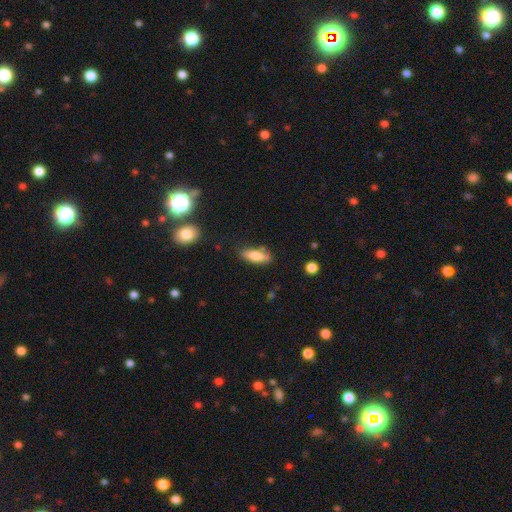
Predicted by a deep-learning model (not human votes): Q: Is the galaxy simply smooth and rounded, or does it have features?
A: smooth — 78%.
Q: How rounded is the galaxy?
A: in between — 63%.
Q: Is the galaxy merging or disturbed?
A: none — 75%.